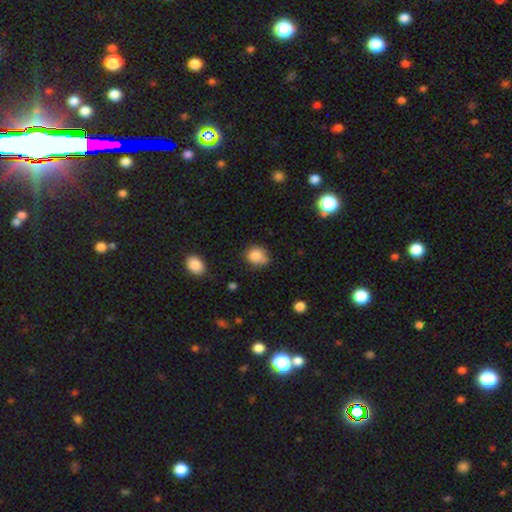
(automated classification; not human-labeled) The model was most divided on "merging": none: 57%, minor disturbance: 29%, merger: 7%, major disturbance: 7%. More confident: smooth or featured — smooth (82%); how rounded — round (70%).